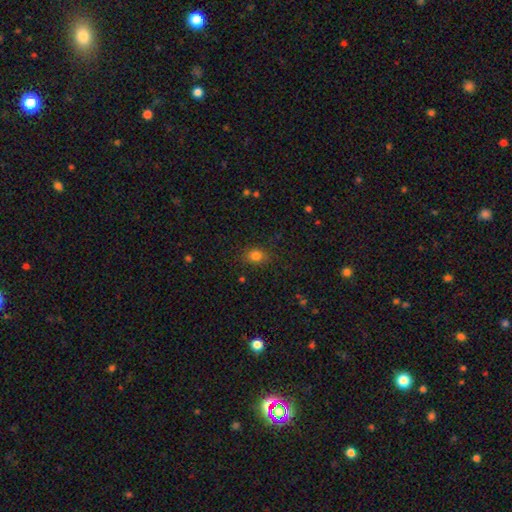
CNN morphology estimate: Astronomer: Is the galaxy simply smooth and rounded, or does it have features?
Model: smooth — 80%.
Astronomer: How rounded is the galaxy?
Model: round — 51% (runner-up: in between, 47%).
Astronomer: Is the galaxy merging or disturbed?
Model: none — 83%.